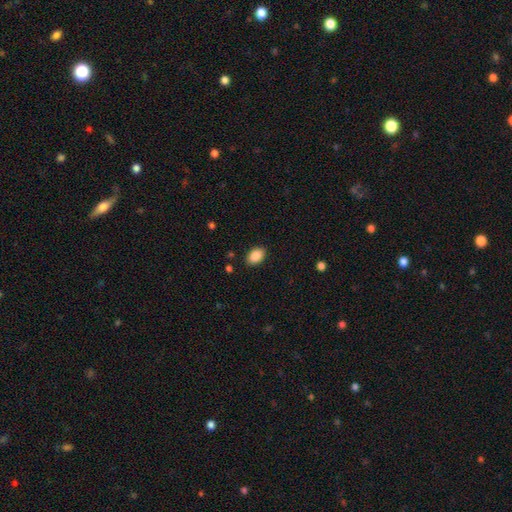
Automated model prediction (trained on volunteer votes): Smooth or featured? smooth (89%)
How rounded? in between (88%)
Merging? none (88%)